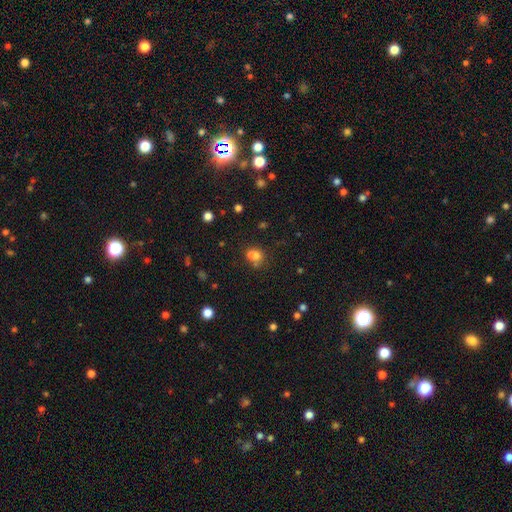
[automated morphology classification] The model was most divided on "merging": none: 41%, merger: 40%, minor disturbance: 13%, major disturbance: 6%. More confident: smooth or featured — smooth (71%); how rounded — in between (55%).